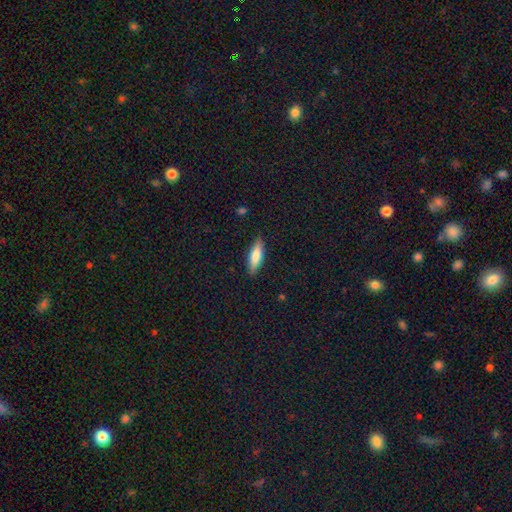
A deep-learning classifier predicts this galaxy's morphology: This is likely a smooth galaxy (76%). How rounded: possibly cigar-shaped (53%). Merging: clearly none (87%).